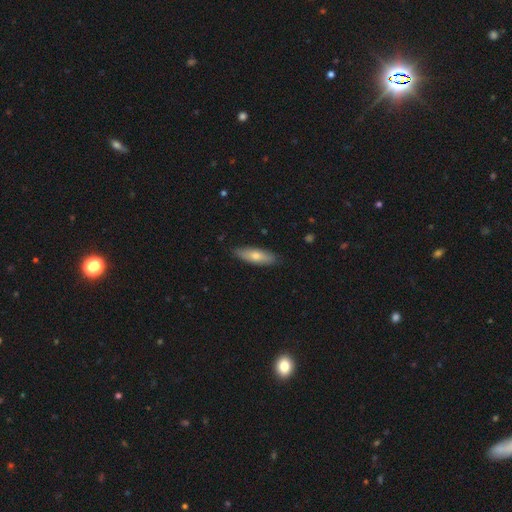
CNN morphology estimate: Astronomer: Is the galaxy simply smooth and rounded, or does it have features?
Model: smooth — 65%.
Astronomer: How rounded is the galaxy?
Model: cigar-shaped — 54% (runner-up: in between, 44%).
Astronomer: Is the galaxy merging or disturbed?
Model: none — 87%.